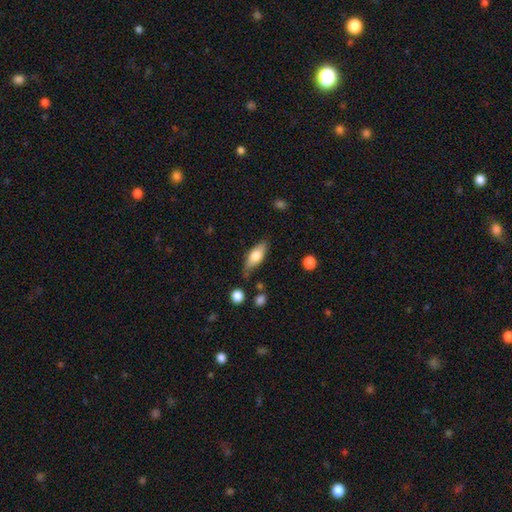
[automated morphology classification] Overall: smooth (66%; featured or disk 27%). How rounded: in between (75%). Merging: none (72%).